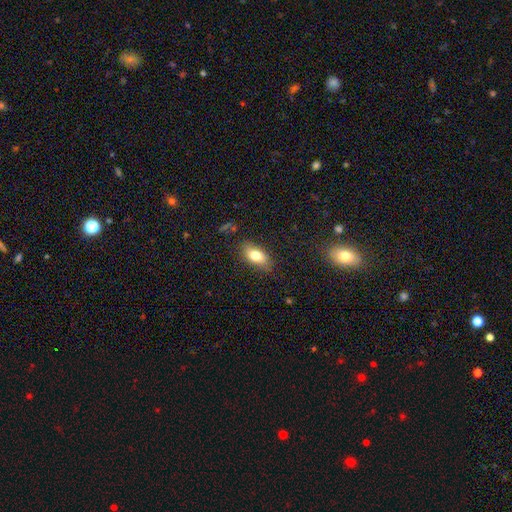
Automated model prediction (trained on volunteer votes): Morphology: type=smooth (76%); roundness=in between (86%); merging=none (80%).